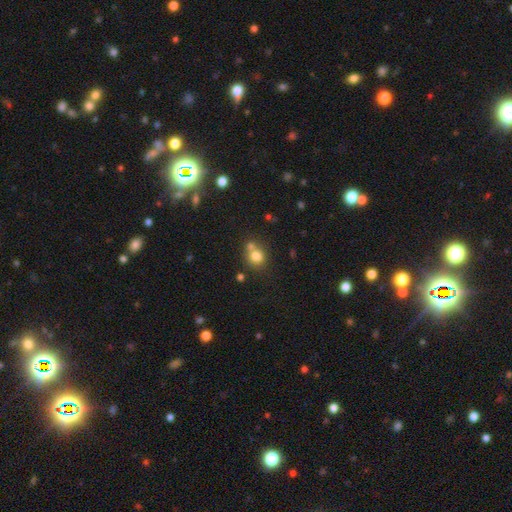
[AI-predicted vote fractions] Morphology: type=smooth (77%); roundness=round (76%); merging=none (46%).